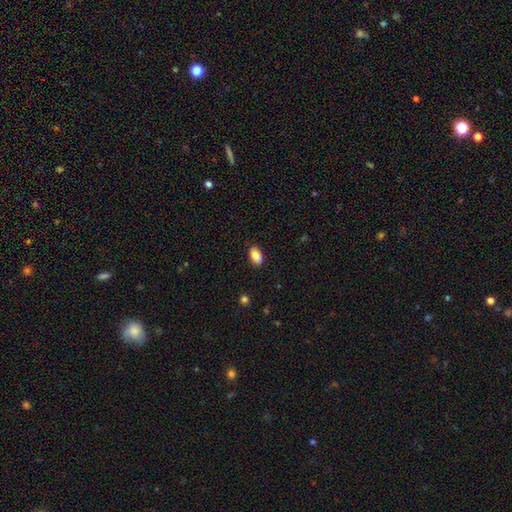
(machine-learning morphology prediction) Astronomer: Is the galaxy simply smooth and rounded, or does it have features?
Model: smooth — 87%.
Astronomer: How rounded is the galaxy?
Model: in between — 92%.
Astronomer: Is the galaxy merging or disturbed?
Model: none — 85%.